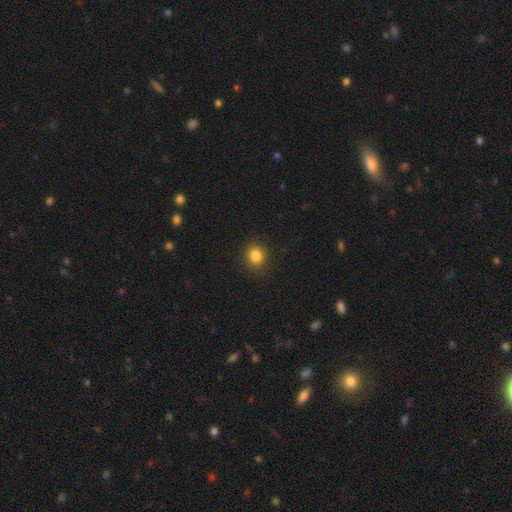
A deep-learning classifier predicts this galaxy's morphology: A smooth galaxy with no disk features (84%) that is round (74%).

Vote fractions:
- Smooth or featured? smooth: 84% / star or artifact: 12% / featured or disk: 5%
- How rounded? round: 74% / in between: 25% / cigar-shaped: 1%
- Merging? none: 88% / minor disturbance: 8% / major disturbance: 3% / merger: 1%